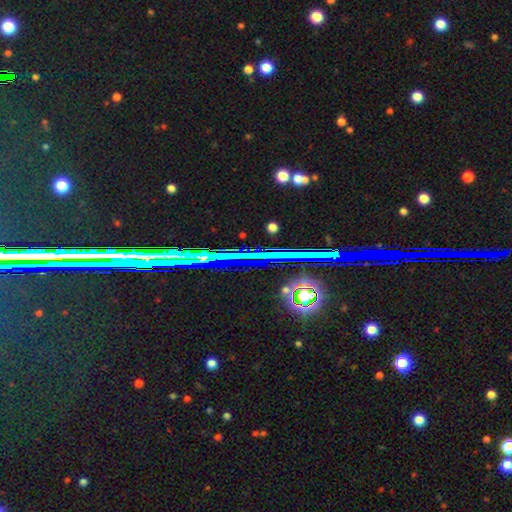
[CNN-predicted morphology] Smooth or featured? star or artifact (79%)